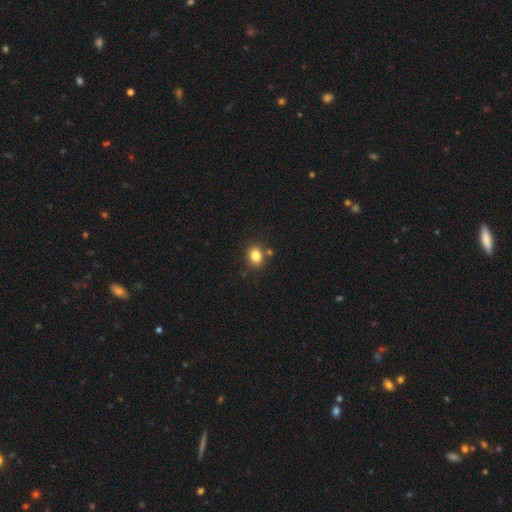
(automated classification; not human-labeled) This appears to be a smooth galaxy with no disk features (83%) that is round (50%). Merging: none (76%).